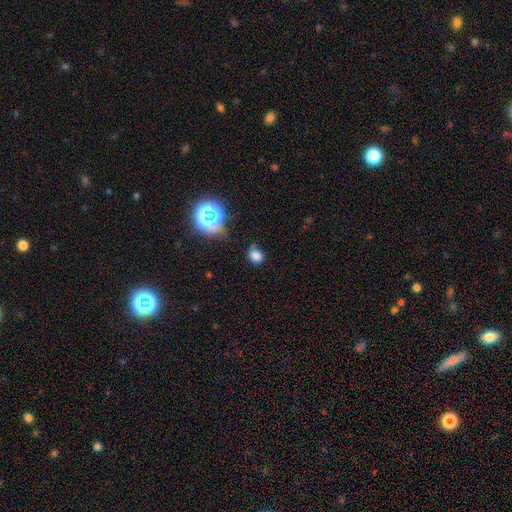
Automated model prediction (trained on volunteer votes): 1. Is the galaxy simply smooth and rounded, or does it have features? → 74% smooth, 19% star or artifact, 6% featured or disk.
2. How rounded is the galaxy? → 63% round, 36% in between, 1% cigar-shaped.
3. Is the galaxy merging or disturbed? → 63% none, 26% minor disturbance, 8% major disturbance, 3% merger.